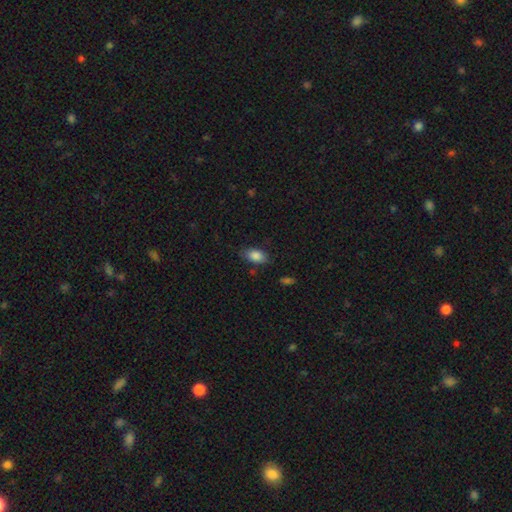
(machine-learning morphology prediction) type=smooth (84%); roundness=in between (91%); merging=none (78%).